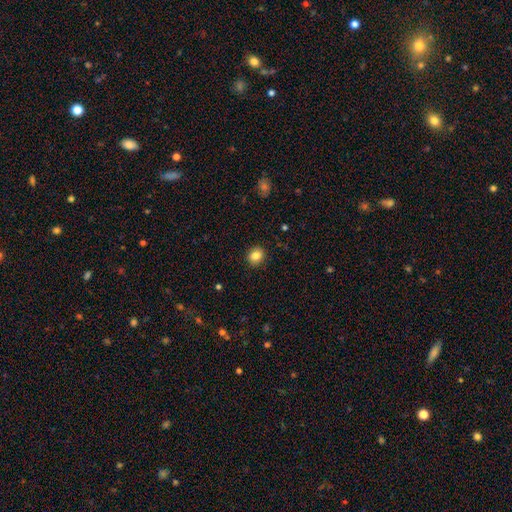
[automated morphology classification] A smooth galaxy with no disk features (84%) that is round (75%). Merging: none (91%).